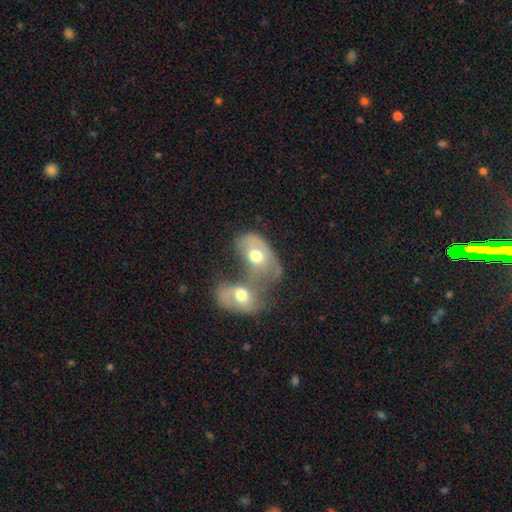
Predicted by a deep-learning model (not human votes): A smooth galaxy with no disk features (47%). Merging: merger (72%).